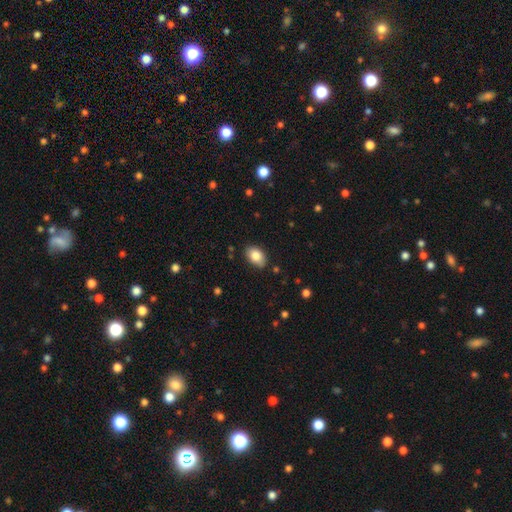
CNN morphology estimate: The model was most divided on "merging": none: 84%, minor disturbance: 13%, major disturbance: 2%, merger: 1%. More confident: how rounded — in between (88%); smooth or featured — smooth (84%).